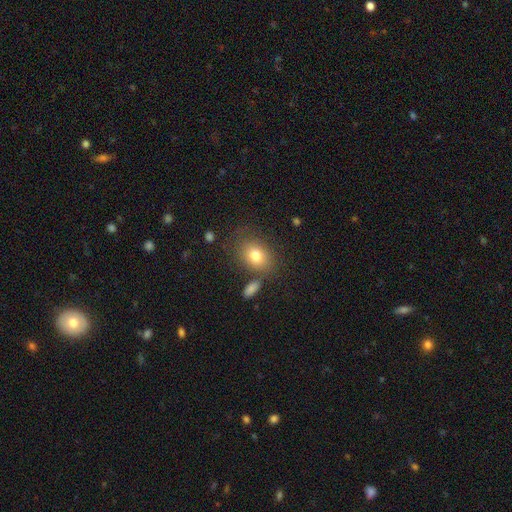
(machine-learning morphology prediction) Smooth or featured? smooth (78%)
How rounded? in between (65%)
Merging? none (71%)